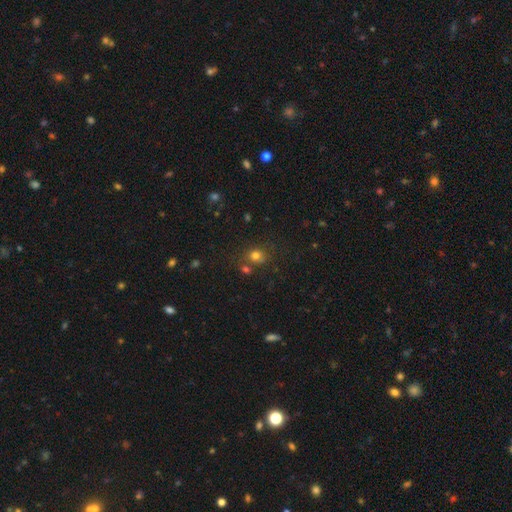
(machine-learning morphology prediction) Overall: smooth (75%). How rounded: round (73%). Merging: none (65%).